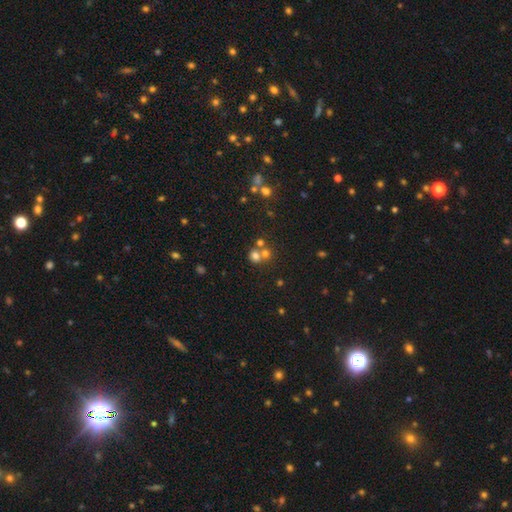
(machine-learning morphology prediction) smooth 66%, star or artifact 20%, featured or disk 14%. Down the decision tree: how rounded — round (81%); merging — none (45%, tied with merger).